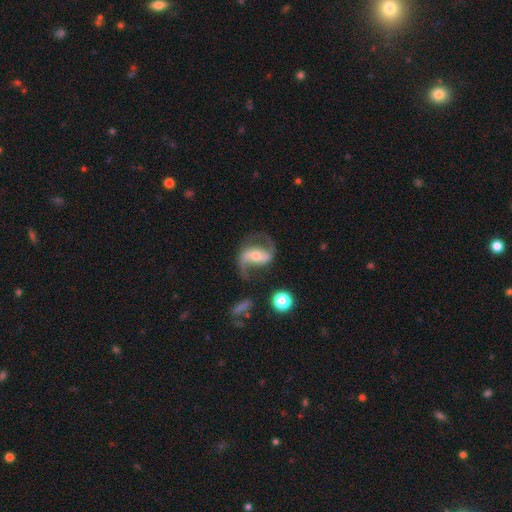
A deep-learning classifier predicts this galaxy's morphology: A featured or disk galaxy (88%) with a strong bar (43%), 2 (91%) loose (49%) spiral arms (96%) and a moderate central bulge (50%).

Vote fractions:
- Smooth or featured? featured or disk: 88% / smooth: 7% / star or artifact: 6%
- Edge-on disk? no: 97% / yes: 3%
- Bar? strong: 43% / weak: 33% / no: 24%
- Spiral arms? yes: 96% / no: 4%
- Spiral winding? loose: 49% / medium: 41% / tight: 10%
- Spiral arm count? 2: 91% / 1: 3% / can't tell: 2% / 3: 1% / 4: 1% / more than 4: 1%
- Bulge size? moderate: 50% / small: 43% / large: 4% / none: 2% / dominant: 1%
- Merging? none: 71% / minor disturbance: 14% / major disturbance: 11% / merger: 3%